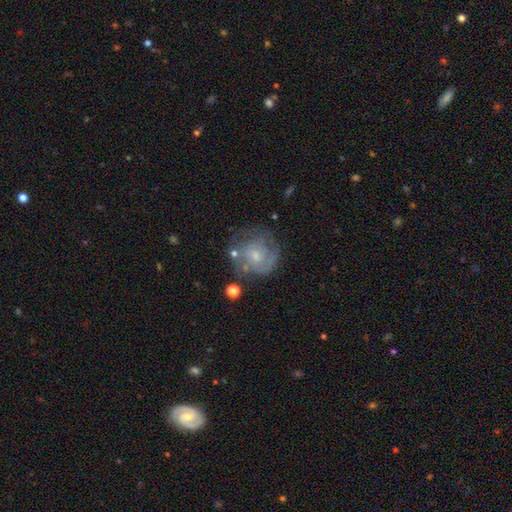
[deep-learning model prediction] A featured or disk galaxy (62%) with no bar (66%), spiral arms (74%) and a small central bulge (58%). Merging: none (56%).